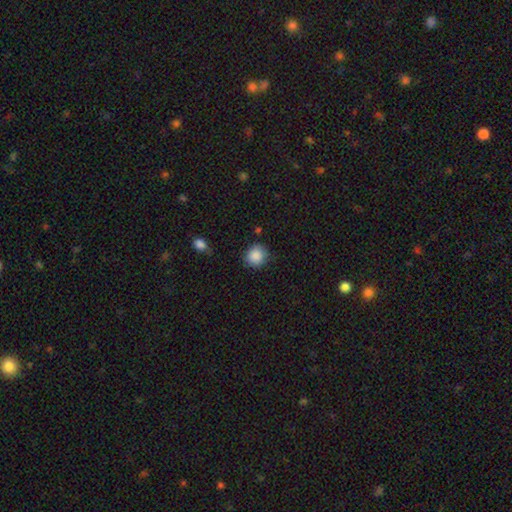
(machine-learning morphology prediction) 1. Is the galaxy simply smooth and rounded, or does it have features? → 88% smooth, 8% star or artifact, 4% featured or disk.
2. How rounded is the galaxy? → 88% round, 12% in between, 1% cigar-shaped.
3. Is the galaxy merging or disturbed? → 80% none, 14% minor disturbance, 3% major disturbance, 2% merger.